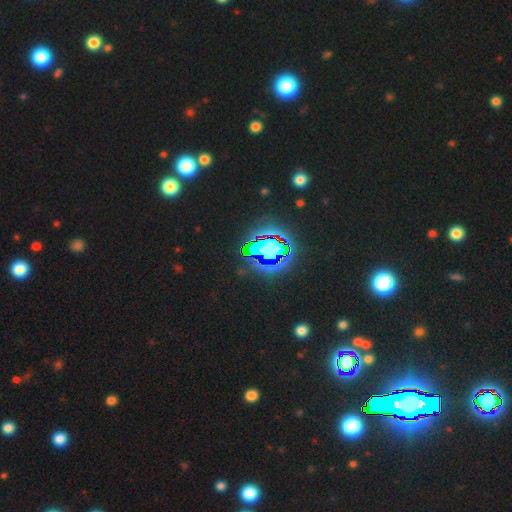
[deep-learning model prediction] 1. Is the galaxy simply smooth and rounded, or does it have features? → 83% star or artifact, 10% smooth, 7% featured or disk.